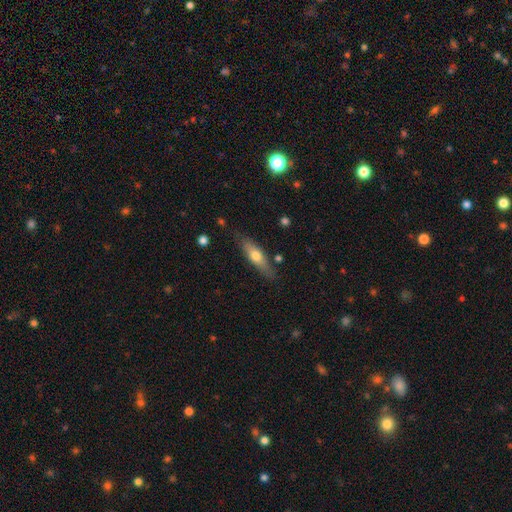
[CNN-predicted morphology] The model was most divided on "smooth or featured": smooth: 57%, featured or disk: 37%, star or artifact: 6%. More confident: merging — none (77%); how rounded — cigar-shaped (62%).